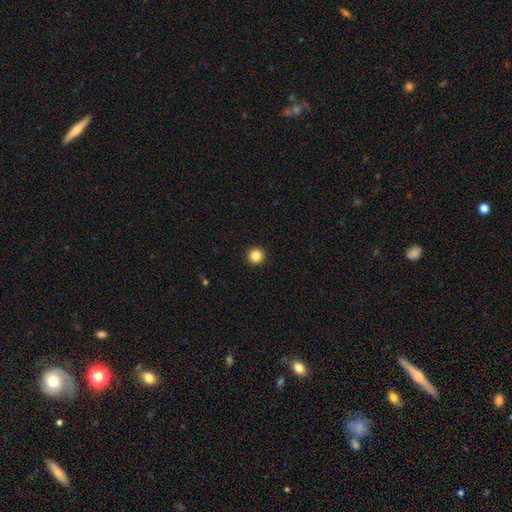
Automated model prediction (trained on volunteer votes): smooth 85%, star or artifact 11%, featured or disk 4%. Down the decision tree: how rounded — round (96%); merging — none (94%).